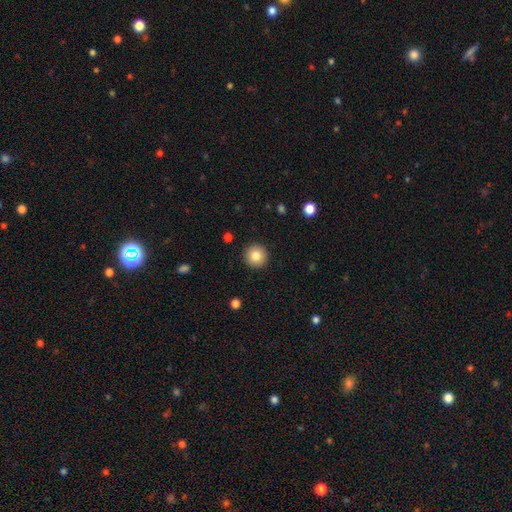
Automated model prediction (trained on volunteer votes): This appears to be a smooth galaxy with no disk features (83%) that is round (96%). Merging: none (92%).